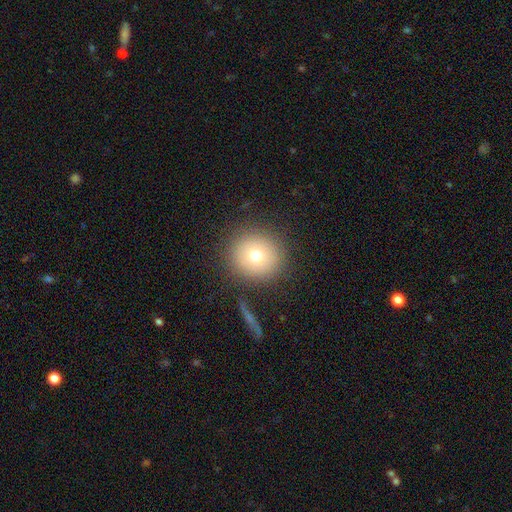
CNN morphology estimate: smooth-or-featured: smooth: 72% | featured or disk: 16% | star or artifact: 13%
  how-rounded: round: 90% | in between: 9% | cigar-shaped: 1%
  merging: none: 85% | minor disturbance: 8% | major disturbance: 4% | merger: 3%